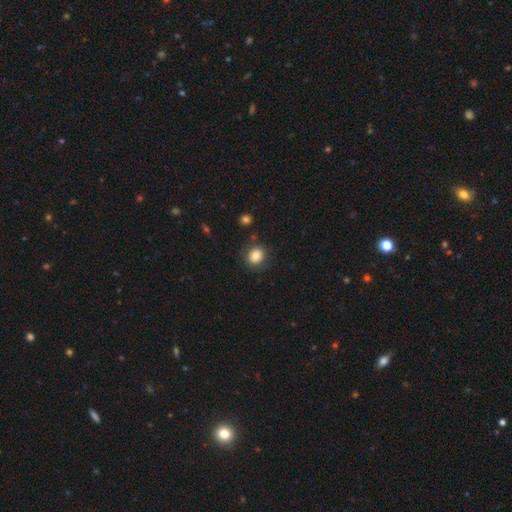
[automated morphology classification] smooth 83%, star or artifact 10%, featured or disk 7%. Down the decision tree: how rounded — round (70%); merging — none (82%).